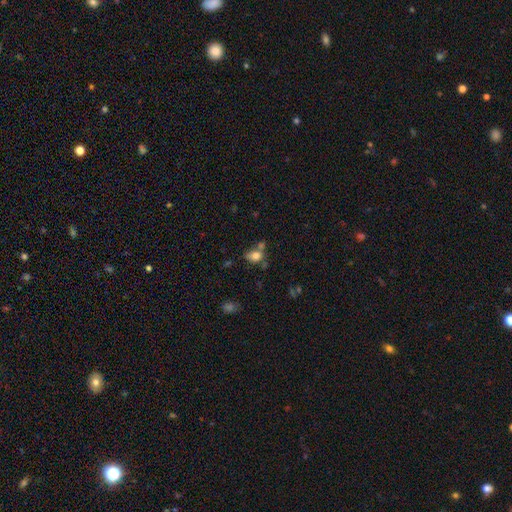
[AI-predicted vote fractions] Smooth or featured? smooth (76%)
How rounded? in between (61%)
Merging? none (47%)